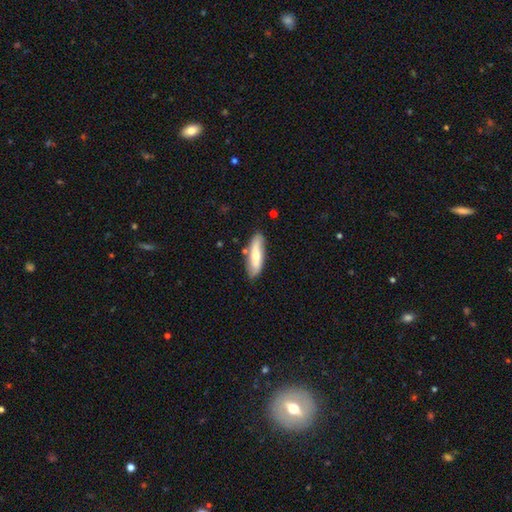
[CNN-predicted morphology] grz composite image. It shows a smooth galaxy with no disk features (58%) that is cigar-shaped (54%). Merging: none (80%).